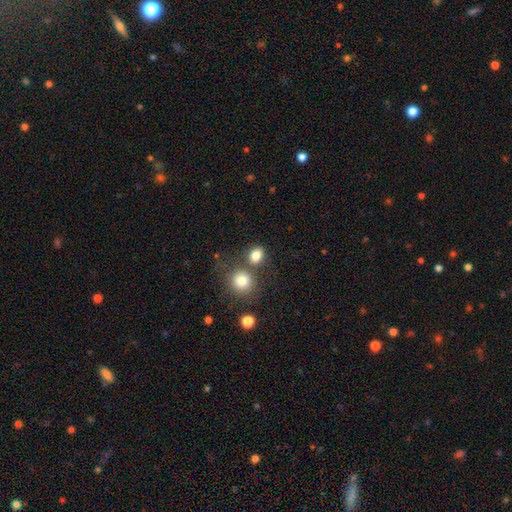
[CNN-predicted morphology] Smooth or featured: smooth — 82% (star or artifact — 11%)
How rounded: round — 49% (tied with in between — 49%)
Merging: none — 64% (merger — 21%)